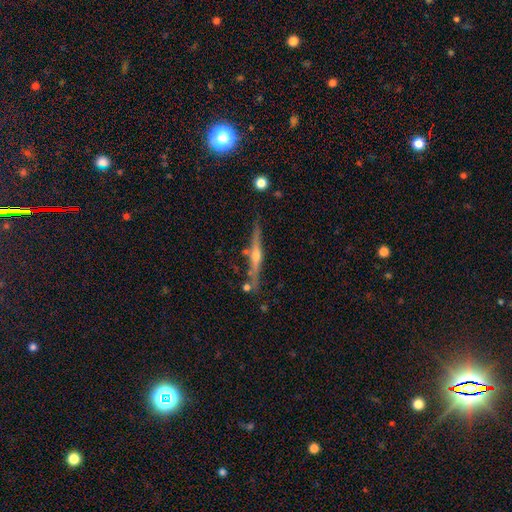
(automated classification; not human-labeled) Overall: featured or disk (80%). Edge-on disk: yes (98%). Edge-on bulge: rounded (89%). Merging: none (82%).